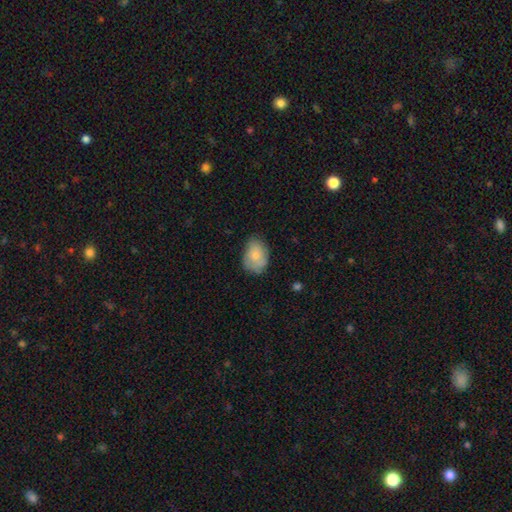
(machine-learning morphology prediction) smooth-or-featured: smooth: 74% | featured or disk: 19% | star or artifact: 7%
  how-rounded: in between: 80% | round: 19% | cigar-shaped: 1%
  merging: none: 65% | minor disturbance: 27% | major disturbance: 6% | merger: 2%